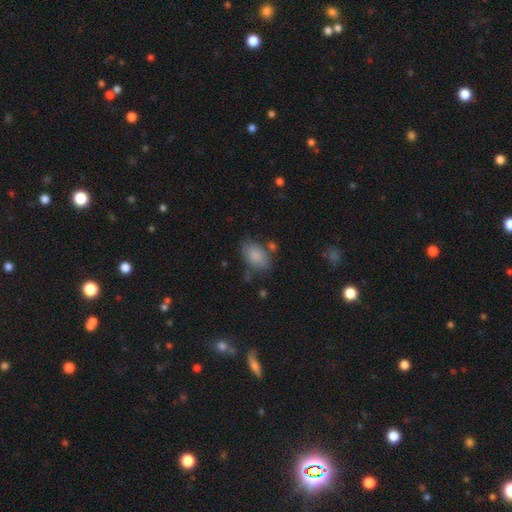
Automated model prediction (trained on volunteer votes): Smooth or featured: smooth — 85% (featured or disk — 8%)
How rounded: in between — 88% (round — 11%)
Merging: none — 58% (minor disturbance — 25%)